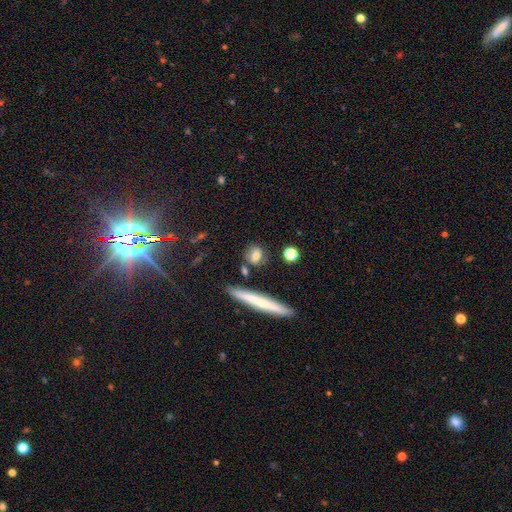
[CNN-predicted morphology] Smooth or featured?
  - smooth: 70% *
  - featured or disk: 20%
  - star or artifact: 10%
How rounded?
  - round: 48% *
  - in between: 35%
  - cigar-shaped: 17%
Merging?
  - none: 78% *
  - minor disturbance: 13%
  - merger: 6%
  - major disturbance: 4%